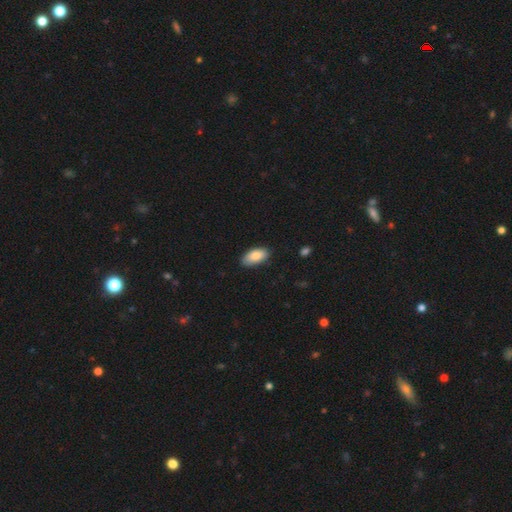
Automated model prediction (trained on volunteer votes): Overall: smooth (86%). How rounded: in between (93%). Merging: none (83%).